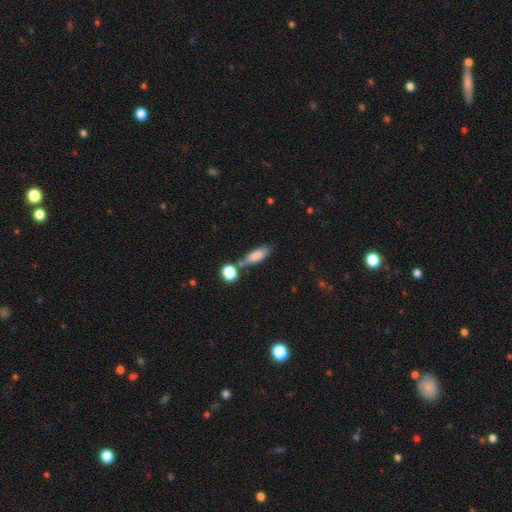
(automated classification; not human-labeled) smooth 82%, featured or disk 10%, star or artifact 8%. Down the decision tree: how rounded — in between (66%); merging — none (61%).